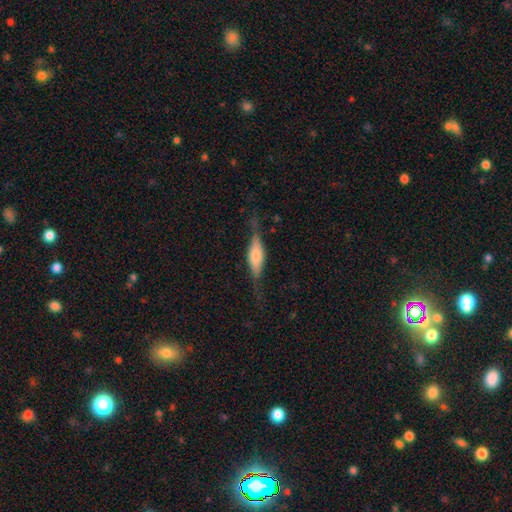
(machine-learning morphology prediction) This appears to be a featured or disk galaxy (51%) viewed edge-on (90%). Merging: none (68%).